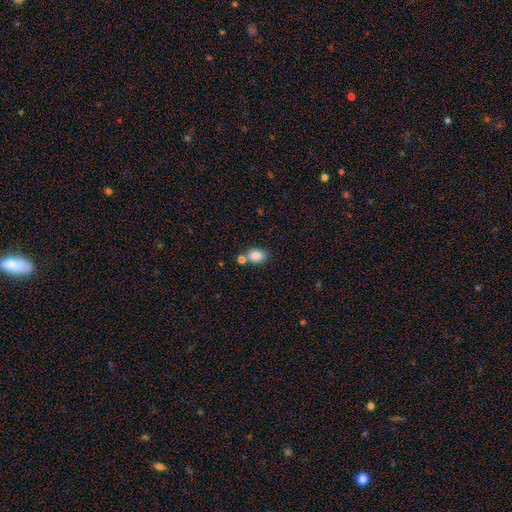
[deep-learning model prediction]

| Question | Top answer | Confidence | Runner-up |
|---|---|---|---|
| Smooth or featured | smooth | 85% | star or artifact (9%) |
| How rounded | in between | 78% | round (20%) |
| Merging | none | 56% | merger (27%) |